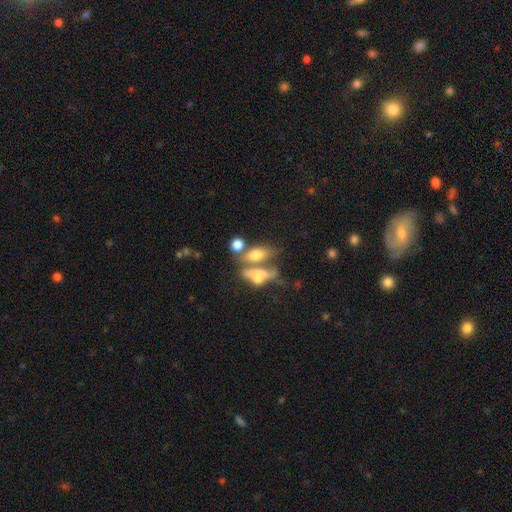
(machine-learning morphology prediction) This is likely a smooth galaxy (62%). How rounded: likely in between (76%). Merging: possibly merger (48%).